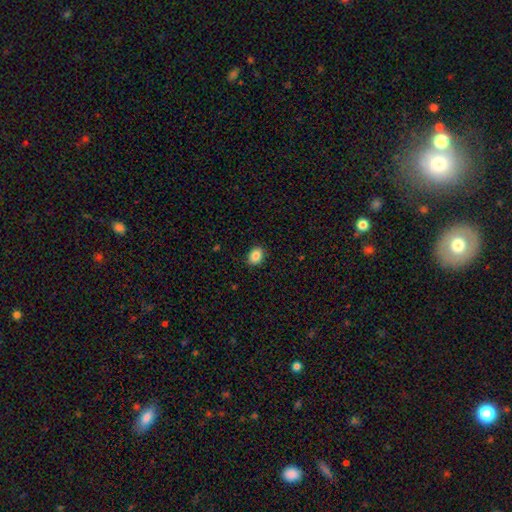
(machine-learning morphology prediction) smooth-or-featured: smooth: 87% | star or artifact: 9% | featured or disk: 5%
  how-rounded: in between: 63% | round: 36% | cigar-shaped: 1%
  merging: none: 88% | minor disturbance: 9% | major disturbance: 2% | merger: 1%